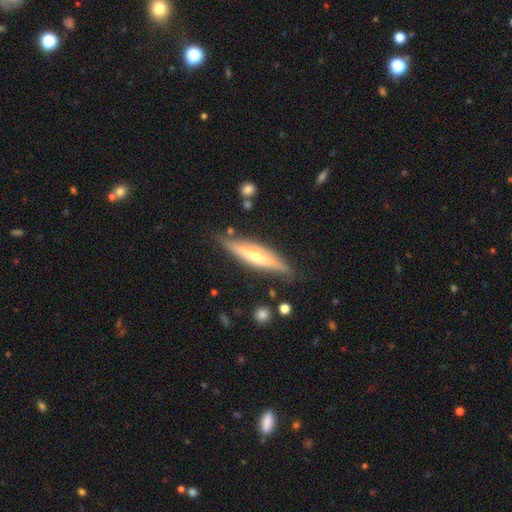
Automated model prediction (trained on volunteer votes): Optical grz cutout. It shows a featured or disk galaxy (64%) viewed edge-on (91%) with a rounded central bulge (81%). Merging: none (82%).